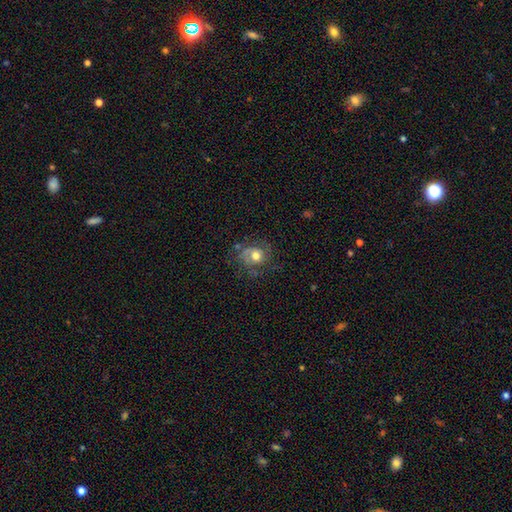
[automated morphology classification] smooth_or_featured: smooth (p=0.55) [alt: featured or disk p=0.34]
how_rounded: round (p=0.71) [alt: in between p=0.28]
merging: none (p=0.59) [alt: minor disturbance p=0.23]